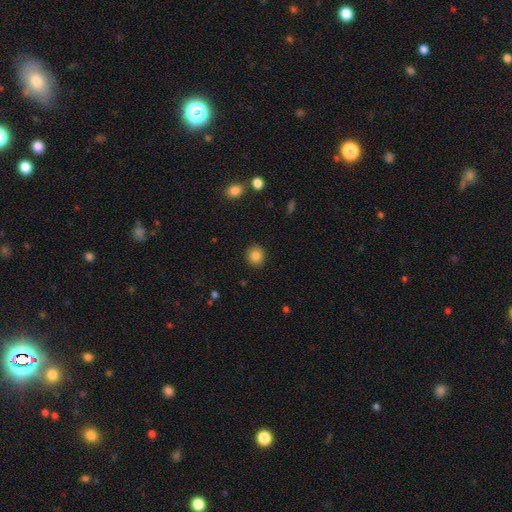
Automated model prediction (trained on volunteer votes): Smooth or featured?
  - smooth: 84% *
  - star or artifact: 10%
  - featured or disk: 6%
How rounded?
  - round: 82% *
  - in between: 17%
  - cigar-shaped: 1%
Merging?
  - none: 90% *
  - minor disturbance: 6%
  - major disturbance: 2%
  - merger: 1%